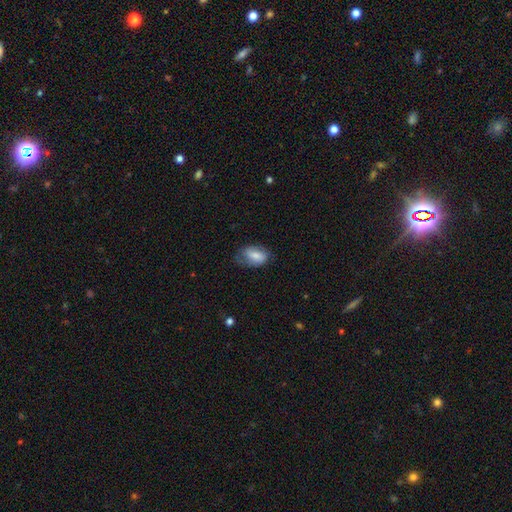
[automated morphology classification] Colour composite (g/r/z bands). It shows a smooth galaxy with no disk features (73%) that is in between round and cigar-shaped (89%). Merging: none (54%).